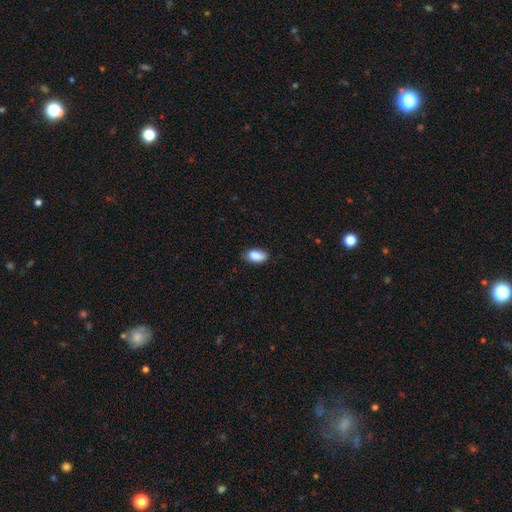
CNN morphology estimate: smooth-or-featured: smooth: 88% | star or artifact: 7% | featured or disk: 5%
  how-rounded: in between: 92% | round: 4% | cigar-shaped: 3%
  merging: none: 75% | minor disturbance: 21% | major disturbance: 3% | merger: 1%